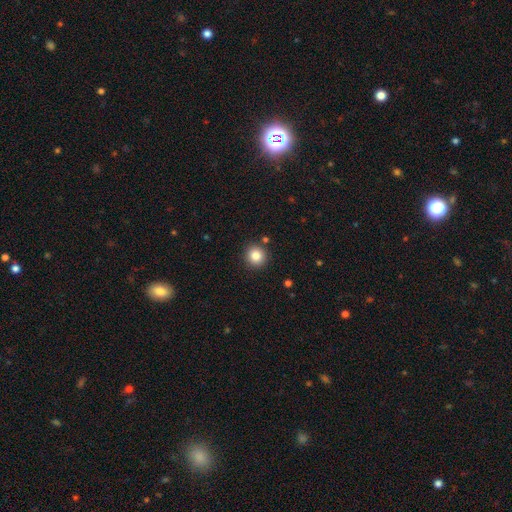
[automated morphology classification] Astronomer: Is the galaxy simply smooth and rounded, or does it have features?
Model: smooth — 84%.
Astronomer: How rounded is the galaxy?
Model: round — 92%.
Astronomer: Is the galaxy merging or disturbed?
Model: none — 89%.